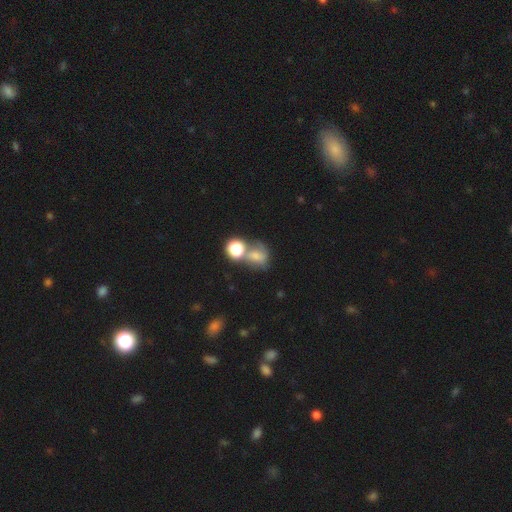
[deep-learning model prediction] A smooth galaxy with no disk features (61%) that is round (56%).

Vote fractions:
- Smooth or featured? smooth: 61% / featured or disk: 24% / star or artifact: 15%
- How rounded? round: 56% / in between: 42% / cigar-shaped: 1%
- Merging? merger: 46% / none: 29% / minor disturbance: 14% / major disturbance: 11%